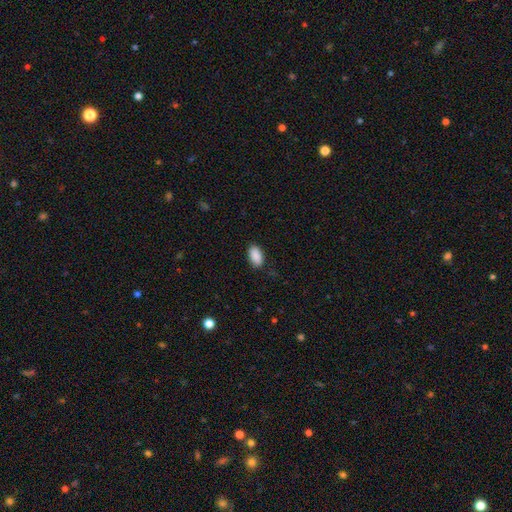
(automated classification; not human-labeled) A smooth galaxy with no disk features (90%) that is in between round and cigar-shaped (94%). Merging: none (85%).